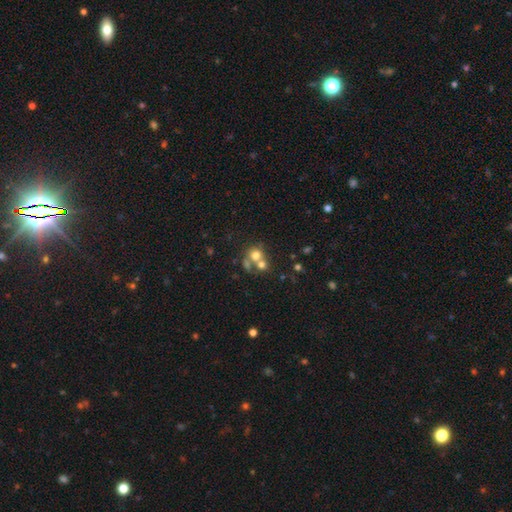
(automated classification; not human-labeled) smooth-or-featured: smooth: 67% | featured or disk: 18% | star or artifact: 15%
  how-rounded: round: 82% | in between: 17% | cigar-shaped: 1%
  merging: merger: 51% | none: 37% | minor disturbance: 7% | major disturbance: 5%